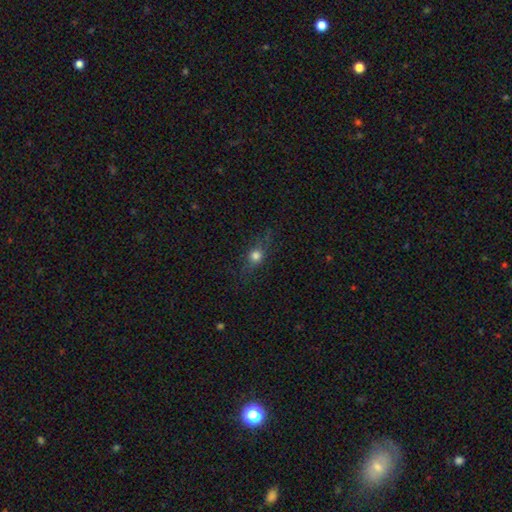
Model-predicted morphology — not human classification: smooth 63%, featured or disk 20%, star or artifact 17%. Down the decision tree: how rounded — round (61%); merging — none (75%).